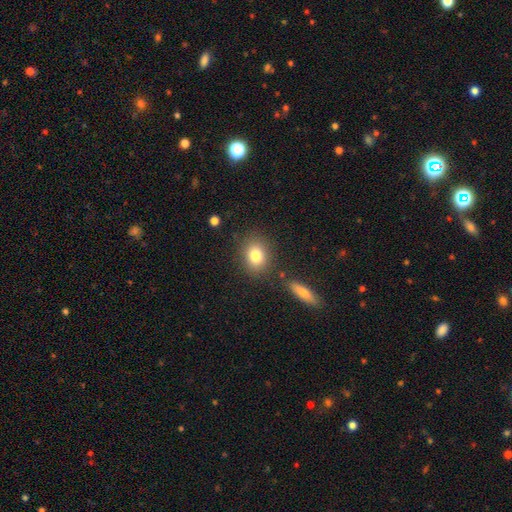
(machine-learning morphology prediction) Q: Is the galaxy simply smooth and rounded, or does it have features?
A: smooth — 81%.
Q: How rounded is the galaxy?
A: in between — 51%.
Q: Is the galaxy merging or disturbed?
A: none — 81%.